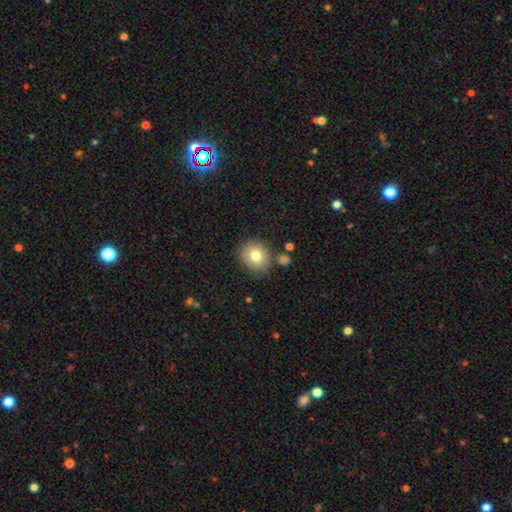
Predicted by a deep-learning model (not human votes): This appears to be a smooth galaxy with no disk features (77%) that is round (79%). Merging: none (80%).